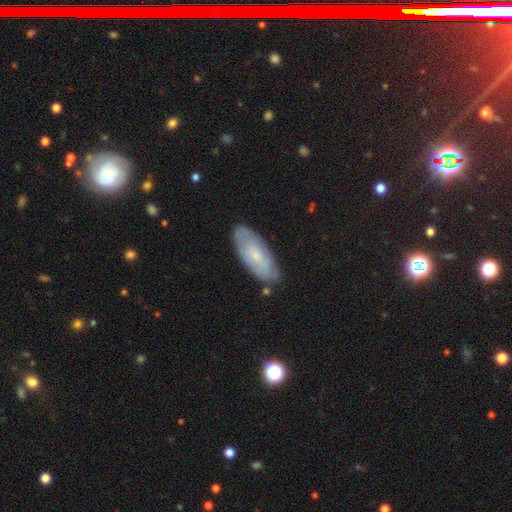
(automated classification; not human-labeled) This is possibly a smooth galaxy (49%). Merging: likely none (78%).